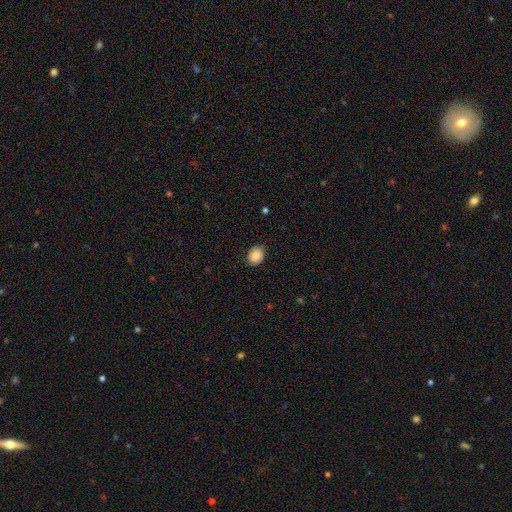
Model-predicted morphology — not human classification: Smooth or featured? smooth (87%)
How rounded? in between (60%)
Merging? none (83%)